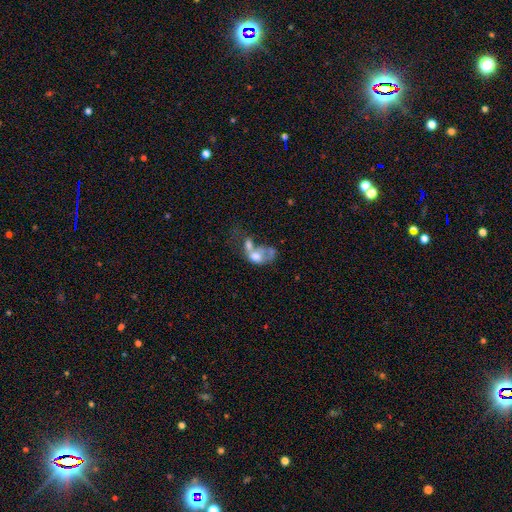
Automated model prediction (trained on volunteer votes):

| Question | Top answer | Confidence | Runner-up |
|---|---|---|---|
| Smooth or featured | smooth | 48% | featured or disk (41%) |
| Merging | merger | 60% | major disturbance (23%) |